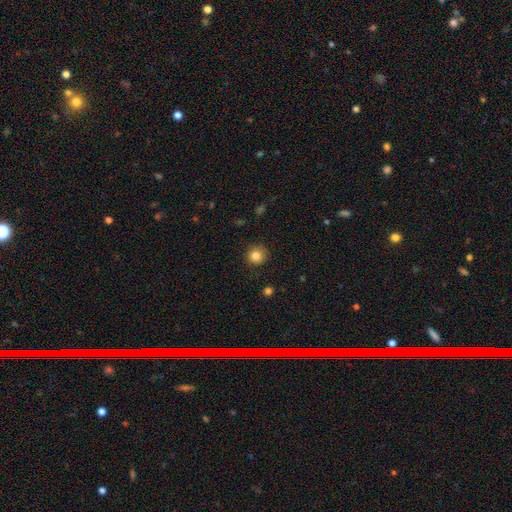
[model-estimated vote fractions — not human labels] smooth_or_featured: smooth (p=0.84) [alt: star or artifact p=0.11]
how_rounded: round (p=0.91) [alt: in between p=0.08]
merging: none (p=0.85) [alt: minor disturbance p=0.11]